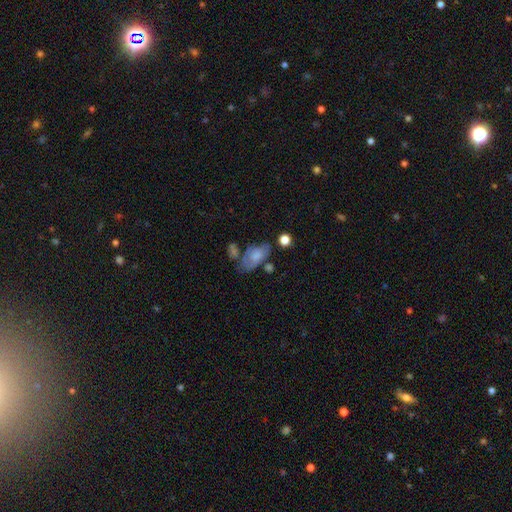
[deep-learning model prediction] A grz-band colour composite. It shows a smooth galaxy with no disk features (62%) that is in between round and cigar-shaped (90%). Merging: none (39%).